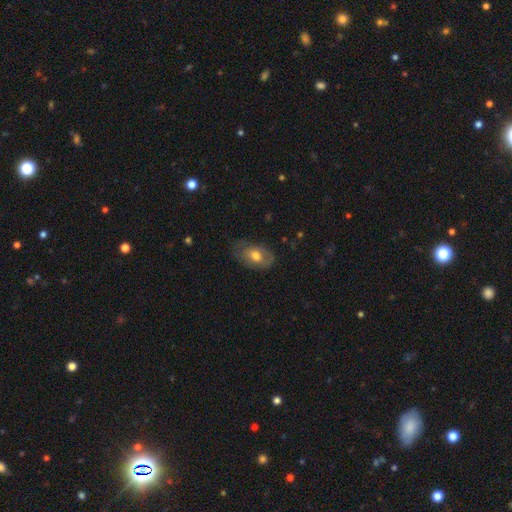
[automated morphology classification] Smooth or featured? Predicted: smooth (p=0.60). How rounded? Predicted: in between (p=0.87). Merging? Predicted: none (p=0.60).